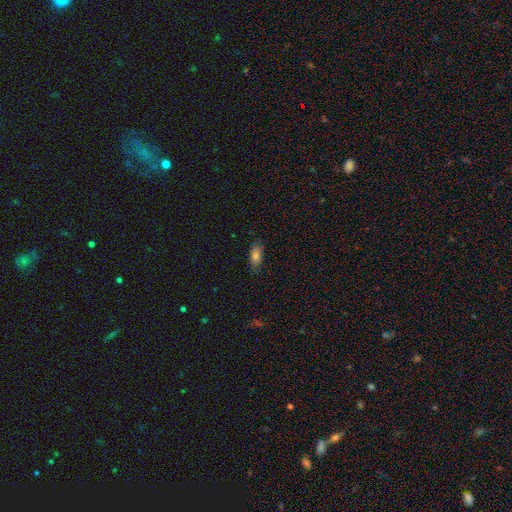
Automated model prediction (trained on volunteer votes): Smooth or featured: smooth — 77% (featured or disk — 13%)
How rounded: in between — 81% (cigar-shaped — 14%)
Merging: none — 77% (minor disturbance — 18%)